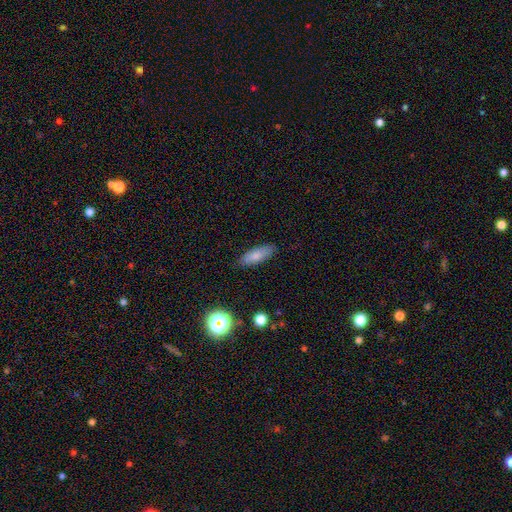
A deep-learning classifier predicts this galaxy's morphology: Smooth or featured: smooth — 80% (featured or disk — 12%)
How rounded: in between — 66% (cigar-shaped — 32%)
Merging: none — 84% (minor disturbance — 12%)